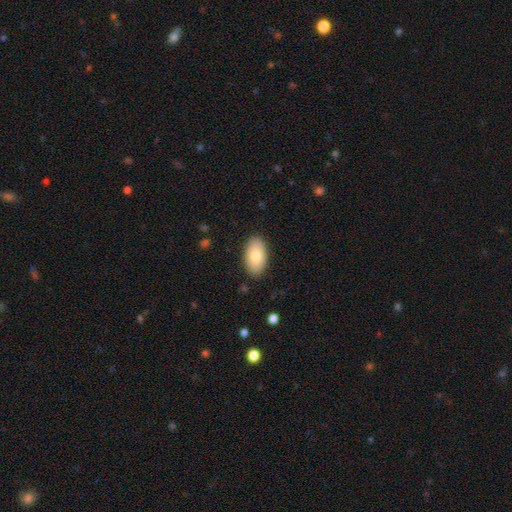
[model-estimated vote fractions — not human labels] smooth_or_featured: smooth (p=0.79) [alt: featured or disk p=0.15]
how_rounded: in between (p=0.95) [alt: round p=0.03]
merging: none (p=0.87) [alt: minor disturbance p=0.10]